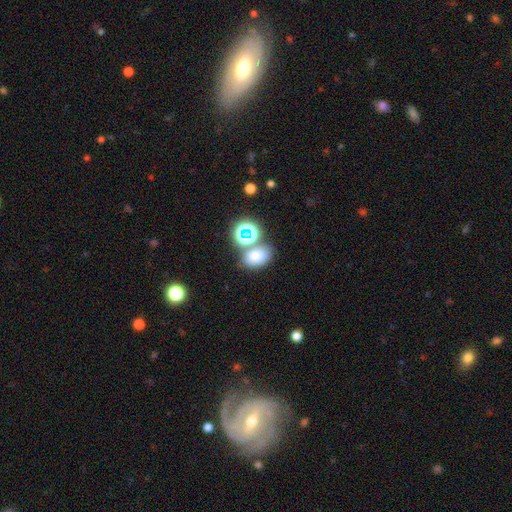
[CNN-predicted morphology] smooth-or-featured: smooth: 70% | star or artifact: 21% | featured or disk: 9%
  how-rounded: in between: 71% | round: 28% | cigar-shaped: 1%
  merging: none: 60% | merger: 22% | minor disturbance: 13% | major disturbance: 5%